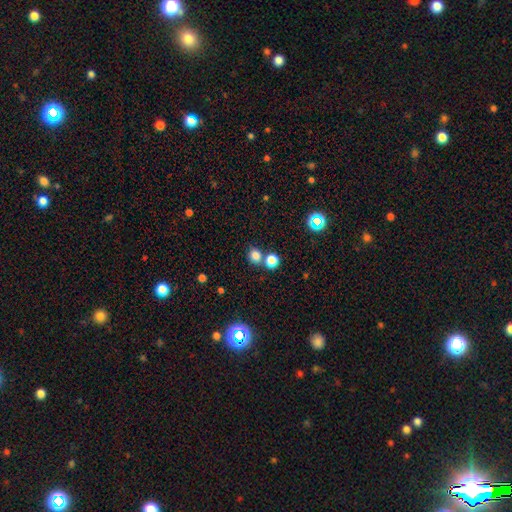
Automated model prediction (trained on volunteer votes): Morphology: type=smooth (78%); roundness=round (78%); merging=none (65%).